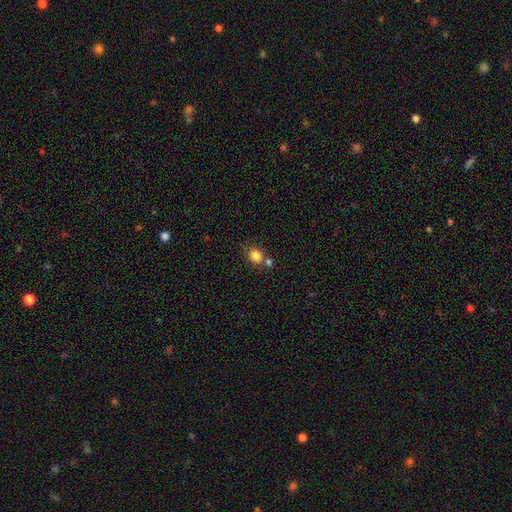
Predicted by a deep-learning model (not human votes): smooth-or-featured: smooth: 84% | star or artifact: 11% | featured or disk: 5%
  how-rounded: round: 76% | in between: 23% | cigar-shaped: 1%
  merging: none: 61% | merger: 25% | minor disturbance: 10% | major disturbance: 4%